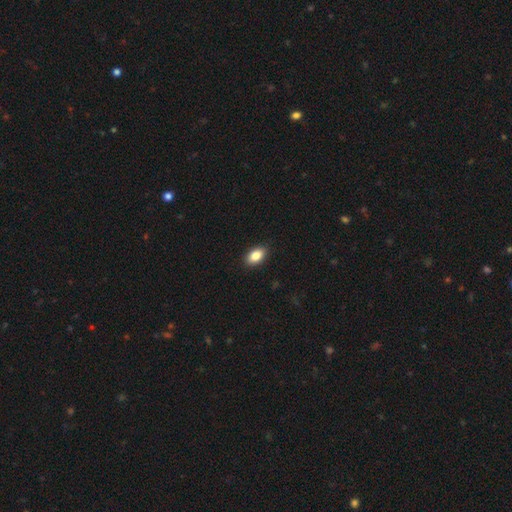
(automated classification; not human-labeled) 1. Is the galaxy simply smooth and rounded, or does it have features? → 86% smooth, 8% star or artifact, 6% featured or disk.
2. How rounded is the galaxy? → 91% in between, 7% round, 2% cigar-shaped.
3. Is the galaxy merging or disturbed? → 90% none, 7% minor disturbance, 2% major disturbance, 1% merger.